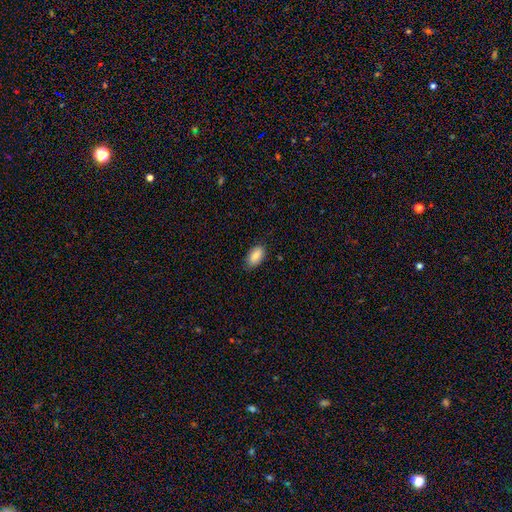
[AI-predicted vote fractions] Q: Smooth or featured?
A: smooth (86%); runner-up: featured or disk (7%)
Q: How rounded?
A: in between (94%); runner-up: round (3%)
Q: Merging?
A: none (85%); runner-up: minor disturbance (12%)